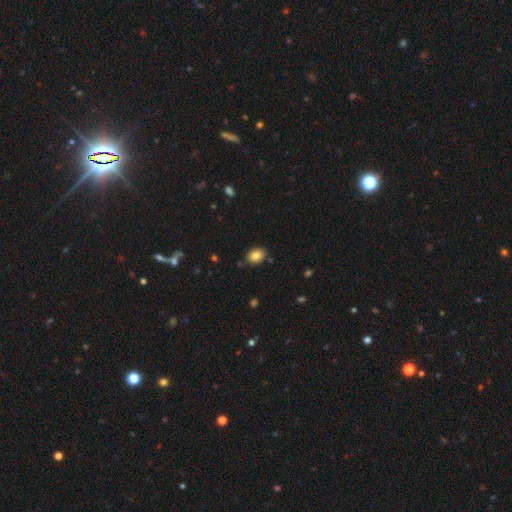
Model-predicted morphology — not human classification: type=smooth (82%); roundness=in between (66%); merging=none (82%).